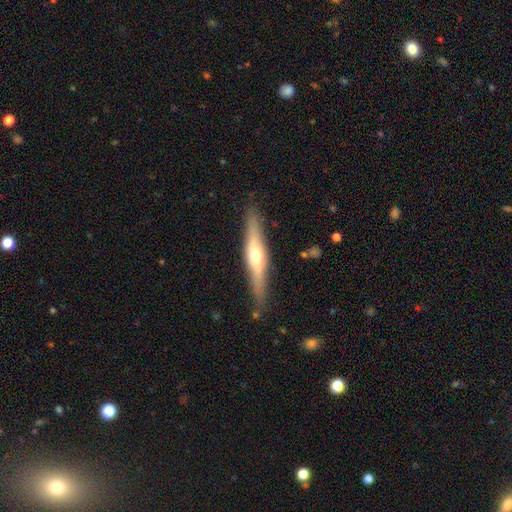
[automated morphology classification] type=featured or disk (62%); edge-on=yes (93%); edge-on bulge=rounded (90%); merging=none (86%).